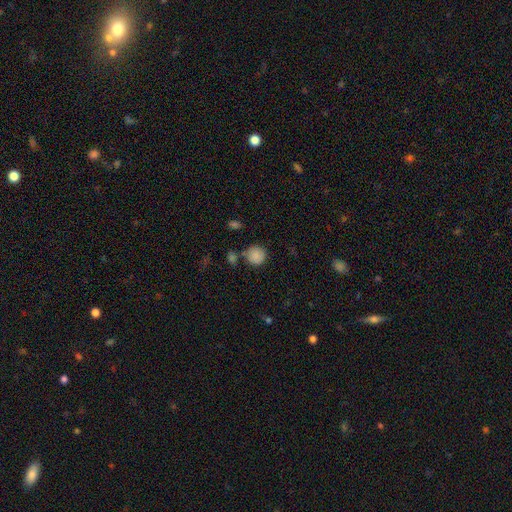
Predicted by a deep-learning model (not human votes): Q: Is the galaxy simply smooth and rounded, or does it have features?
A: smooth — 87%.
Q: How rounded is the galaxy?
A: round — 90%.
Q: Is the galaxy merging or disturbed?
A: none — 73%.